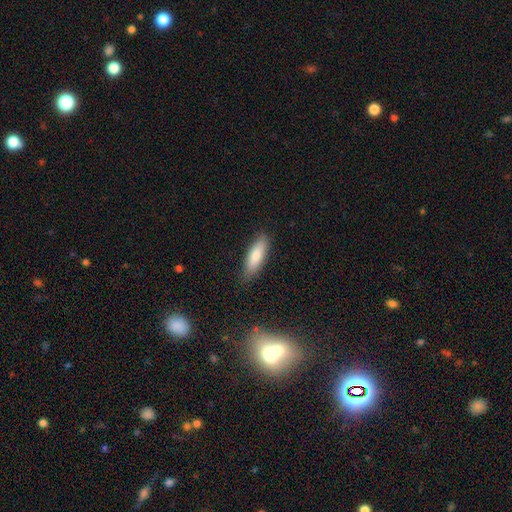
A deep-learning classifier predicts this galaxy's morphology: Overall: smooth (81%). How rounded: in between (56%; cigar-shaped 42%). Merging: none (83%).